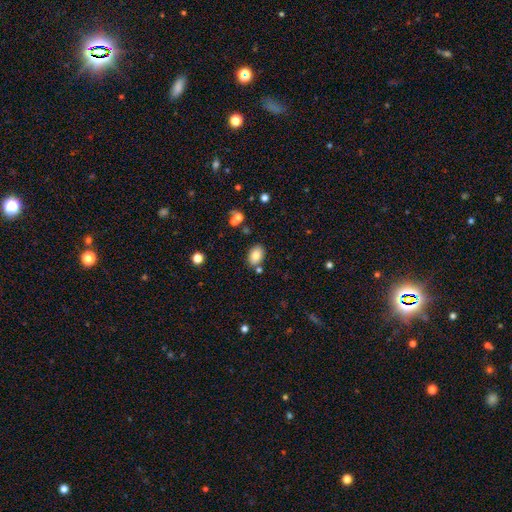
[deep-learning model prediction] Smooth or featured? smooth (84%)
How rounded? in between (86%)
Merging? none (78%)